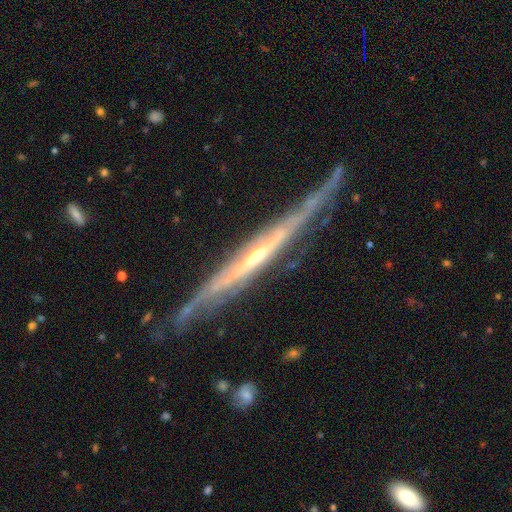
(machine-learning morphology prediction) smooth_or_featured: featured or disk (p=0.85) [alt: smooth p=0.10]
disk_edge_on: yes (p=0.92) [alt: no p=0.08]
edge_on_bulge: rounded (p=0.51) [alt: none p=0.44]
merging: none (p=0.73) [alt: minor disturbance p=0.21]